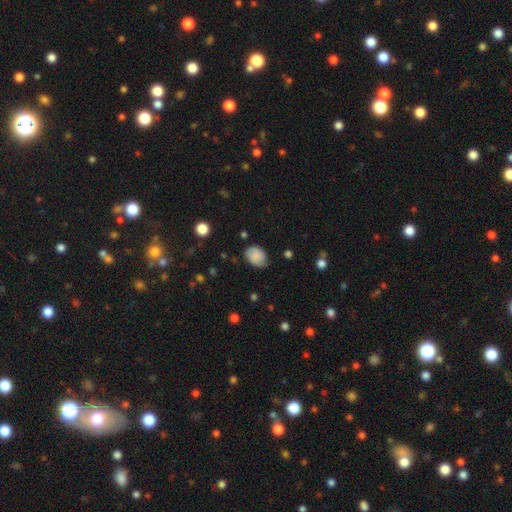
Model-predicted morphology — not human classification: smooth 74%, featured or disk 17%, star or artifact 8%. Down the decision tree: how rounded — in between (69%); merging — none (71%).